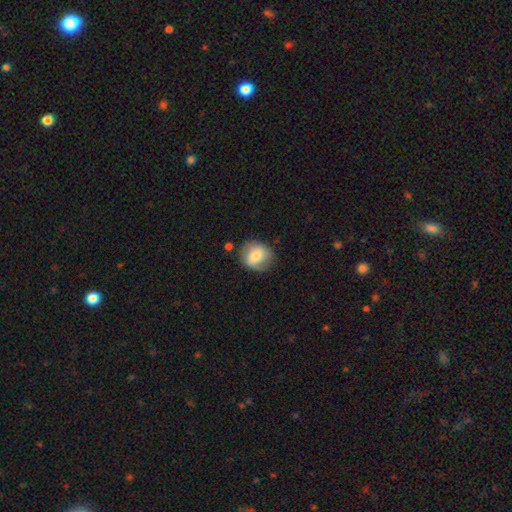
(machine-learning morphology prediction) smooth_or_featured: smooth (p=0.65) [alt: featured or disk p=0.27]
how_rounded: round (p=0.75) [alt: in between p=0.24]
merging: none (p=0.69) [alt: minor disturbance p=0.21]